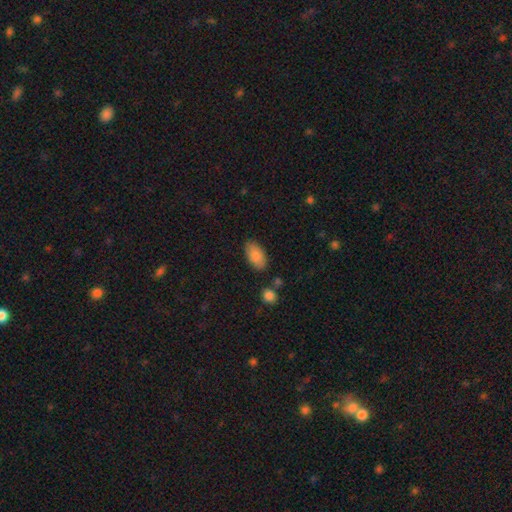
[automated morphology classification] This is clearly a smooth galaxy (86%). How rounded: clearly in between (94%). Merging: clearly none (83%).